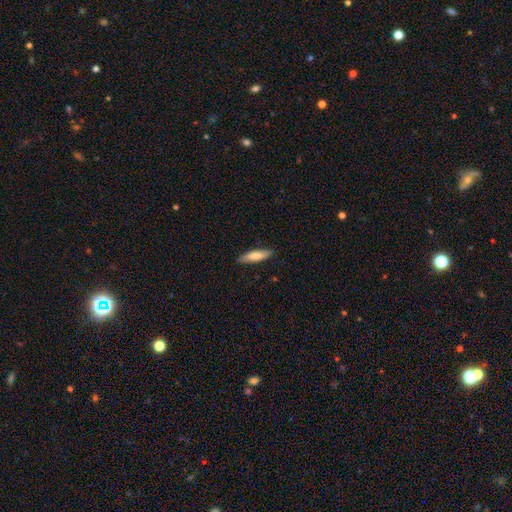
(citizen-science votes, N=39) Smooth or featured? smooth (62%)
How rounded? in between (54%)
Merging? none (95%)